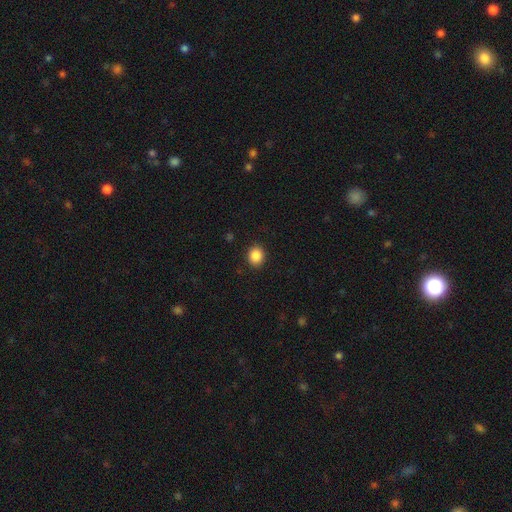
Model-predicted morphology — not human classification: Smooth or featured? smooth (87%)
How rounded? round (78%)
Merging? none (91%)